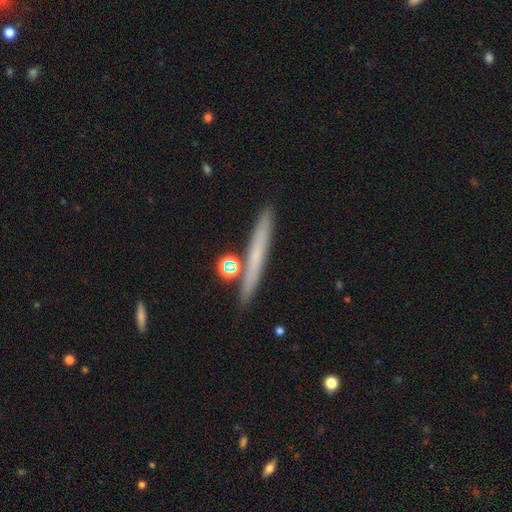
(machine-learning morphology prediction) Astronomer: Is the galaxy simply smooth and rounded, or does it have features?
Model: smooth — 53% (runner-up: featured or disk, 39%).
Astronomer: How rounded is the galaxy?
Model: cigar-shaped — 94%.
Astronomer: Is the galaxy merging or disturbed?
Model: none — 83%.